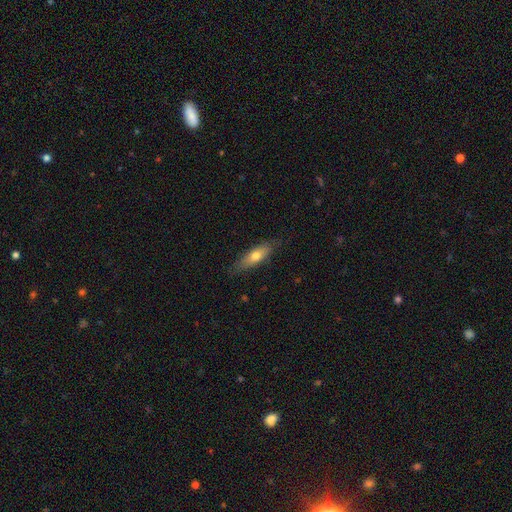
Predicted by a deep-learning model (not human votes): smooth-or-featured: smooth: 65% | featured or disk: 29% | star or artifact: 6%
  how-rounded: cigar-shaped: 50% | in between: 48% | round: 2%
  merging: none: 78% | minor disturbance: 18% | major disturbance: 3% | merger: 1%